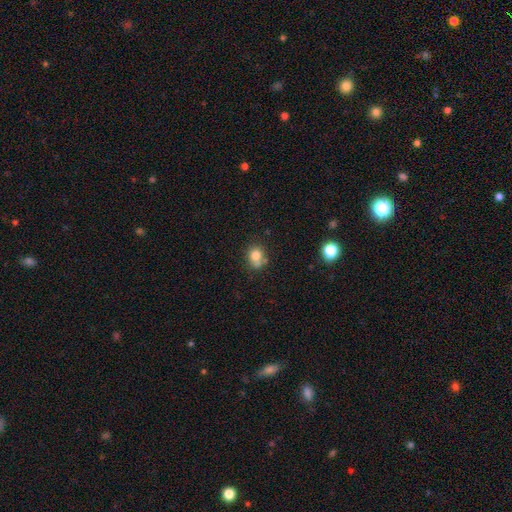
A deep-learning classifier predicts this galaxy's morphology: Smooth or featured?
  - smooth: 78% *
  - star or artifact: 12%
  - featured or disk: 11%
How rounded?
  - round: 69% *
  - in between: 30%
  - cigar-shaped: 1%
Merging?
  - none: 53% *
  - minor disturbance: 20%
  - merger: 20%
  - major disturbance: 7%